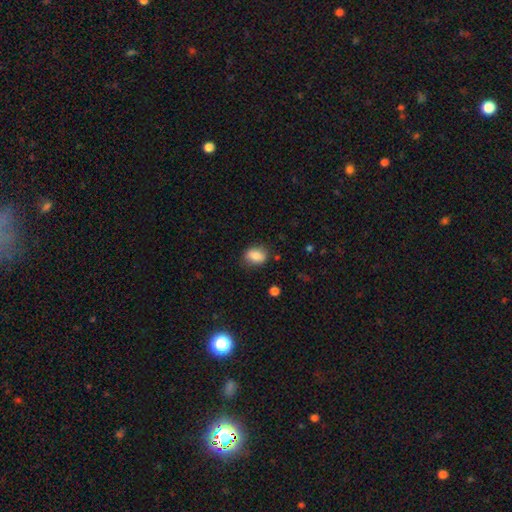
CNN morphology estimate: smooth-or-featured: smooth: 83% | featured or disk: 9% | star or artifact: 8%
  how-rounded: in between: 71% | round: 27% | cigar-shaped: 2%
  merging: none: 78% | minor disturbance: 16% | major disturbance: 4% | merger: 2%